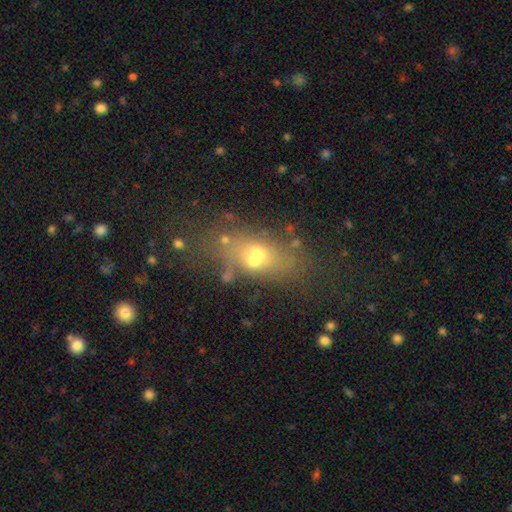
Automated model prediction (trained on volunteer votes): A smooth galaxy with no disk features (48%).

Vote fractions:
- Smooth or featured? smooth: 48% / featured or disk: 34% / star or artifact: 18%
- Merging? merger: 43% / none: 34% / minor disturbance: 12% / major disturbance: 11%